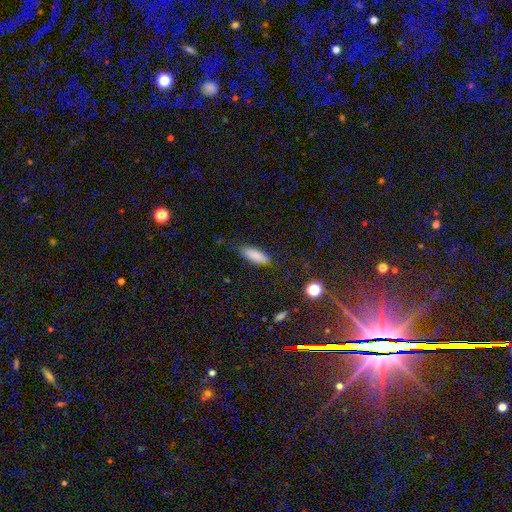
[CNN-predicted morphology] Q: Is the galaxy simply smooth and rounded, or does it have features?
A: smooth — 84%.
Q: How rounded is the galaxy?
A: in between — 66%.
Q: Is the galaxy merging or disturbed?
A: none — 72%.